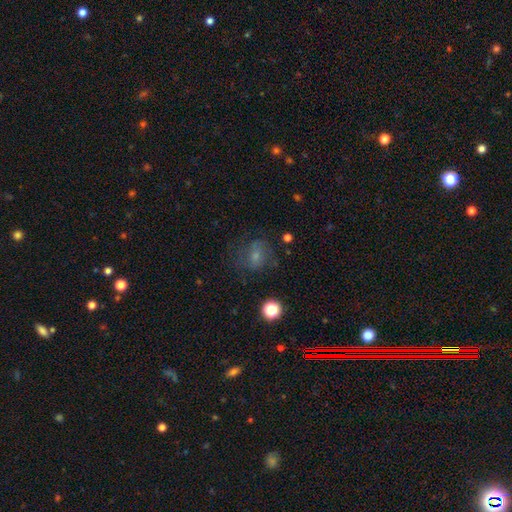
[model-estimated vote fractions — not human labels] A smooth galaxy with no disk features (47%). Merging: none (62%).